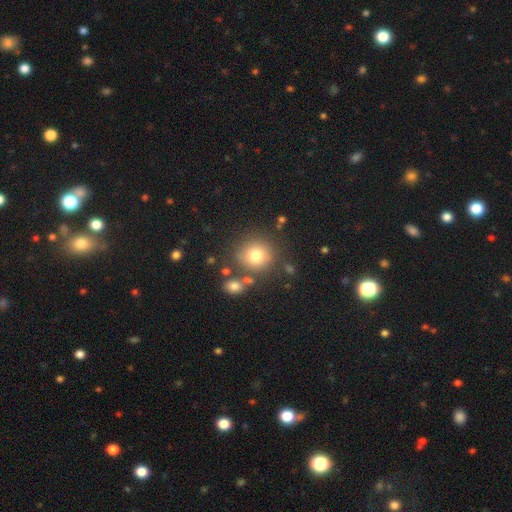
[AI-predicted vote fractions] Smooth or featured? Predicted: smooth (p=0.77). How rounded? Predicted: round (p=0.91). Merging? Predicted: none (p=0.78).